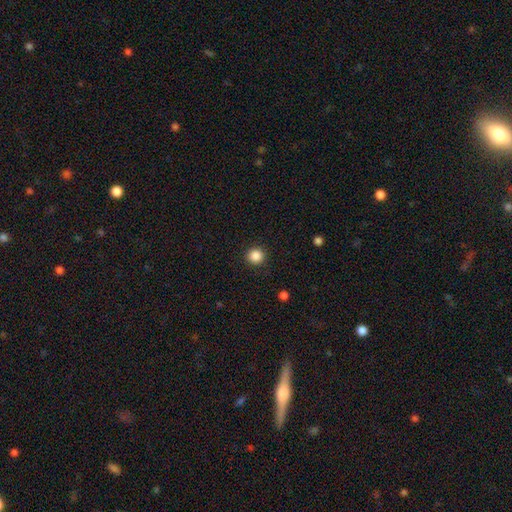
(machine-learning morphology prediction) smooth_or_featured: smooth (p=0.87) [alt: star or artifact p=0.10]
how_rounded: round (p=0.94) [alt: in between p=0.05]
merging: none (p=0.92) [alt: minor disturbance p=0.05]